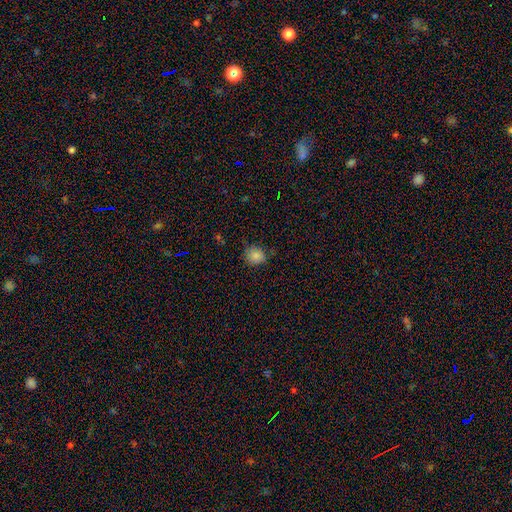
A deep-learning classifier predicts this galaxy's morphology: A smooth galaxy with no disk features (84%) that is round (75%). Merging: none (74%).